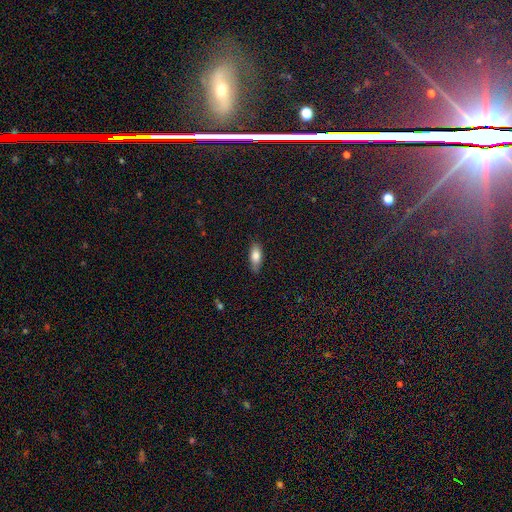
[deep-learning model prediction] Smooth or featured?
  - smooth: 80% *
  - featured or disk: 13%
  - star or artifact: 7%
How rounded?
  - in between: 82% *
  - cigar-shaped: 15%
  - round: 3%
Merging?
  - none: 79% *
  - minor disturbance: 17%
  - major disturbance: 3%
  - merger: 1%